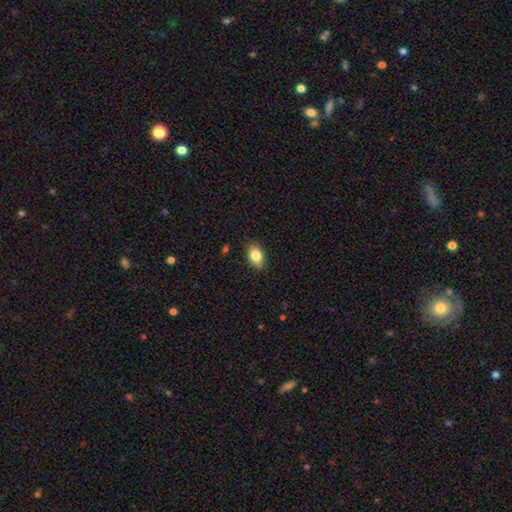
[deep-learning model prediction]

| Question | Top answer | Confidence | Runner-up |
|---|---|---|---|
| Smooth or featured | smooth | 83% | featured or disk (9%) |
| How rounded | in between | 85% | round (13%) |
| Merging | none | 83% | minor disturbance (13%) |